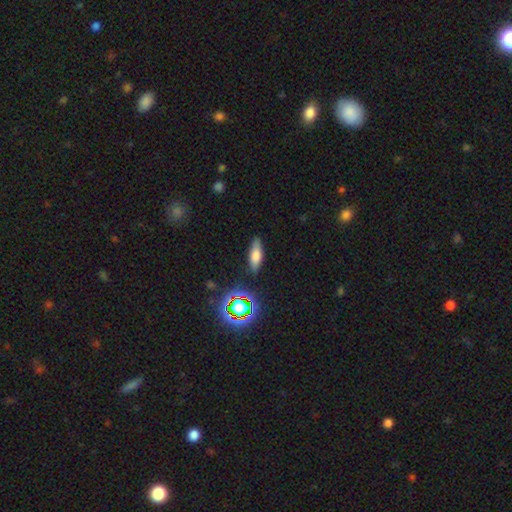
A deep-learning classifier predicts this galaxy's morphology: This appears to be a smooth galaxy with no disk features (68%) that is in between round and cigar-shaped (56%). Merging: none (83%).